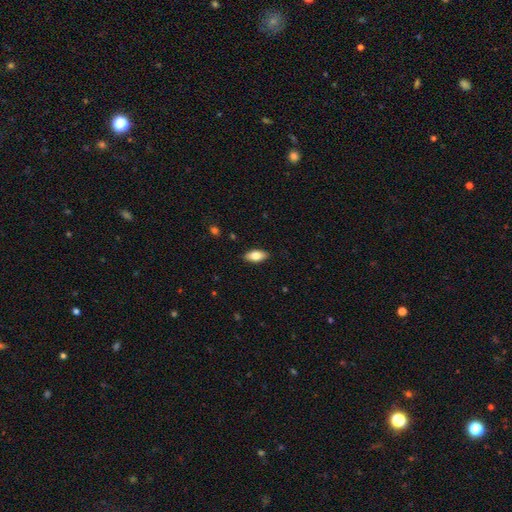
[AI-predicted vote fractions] Overall: smooth (78%). How rounded: in between (89%). Merging: none (89%).